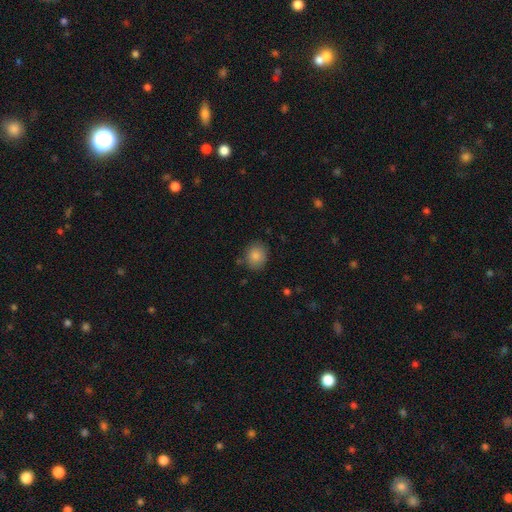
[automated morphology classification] Smooth or featured?
  - smooth: 85% *
  - star or artifact: 9%
  - featured or disk: 6%
How rounded?
  - round: 69% *
  - in between: 30%
  - cigar-shaped: 1%
Merging?
  - none: 83% *
  - minor disturbance: 12%
  - major disturbance: 3%
  - merger: 2%